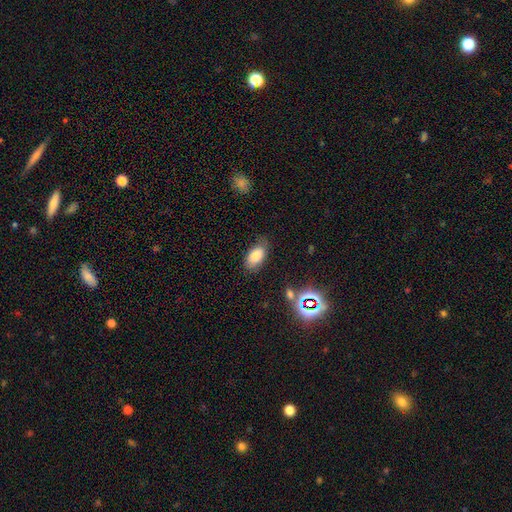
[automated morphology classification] smooth 80%, star or artifact 10%, featured or disk 10%. Down the decision tree: how rounded — in between (93%); merging — none (72%).